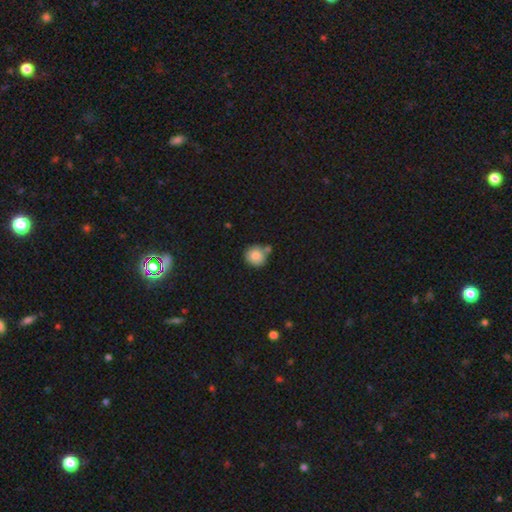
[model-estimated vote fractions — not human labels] Smooth or featured? Predicted: smooth (p=0.84). How rounded? Predicted: round (p=0.90). Merging? Predicted: none (p=0.63).